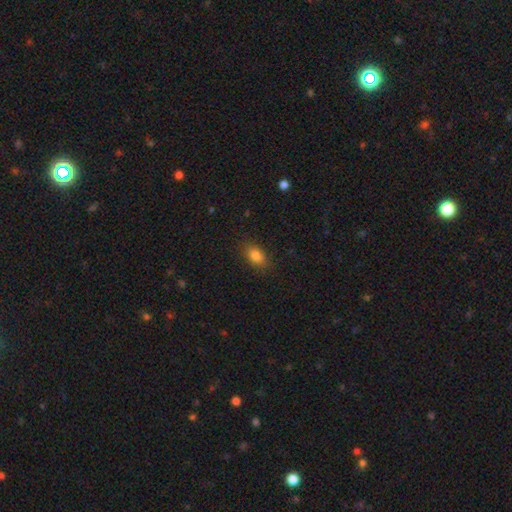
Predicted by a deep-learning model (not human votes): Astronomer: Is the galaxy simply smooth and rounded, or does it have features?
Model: smooth — 82%.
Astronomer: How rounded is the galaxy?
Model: in between — 81%.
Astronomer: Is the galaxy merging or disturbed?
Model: none — 85%.